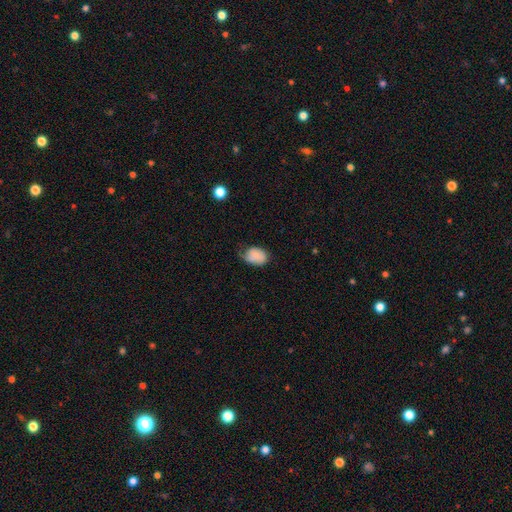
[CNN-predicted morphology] Overall: smooth (74%). How rounded: in between (77%). Merging: minor disturbance (41%, tied with none).